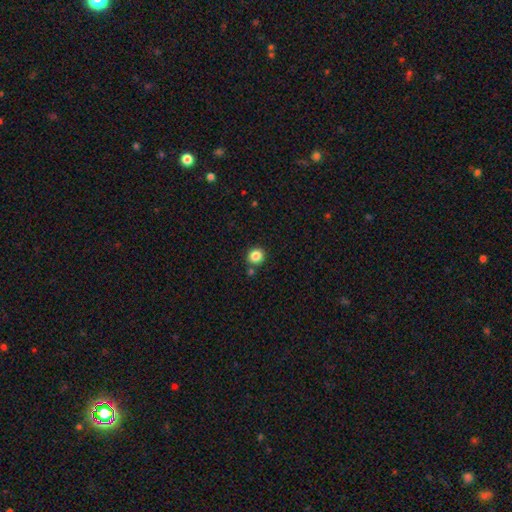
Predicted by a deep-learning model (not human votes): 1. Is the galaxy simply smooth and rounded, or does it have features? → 85% smooth, 11% star or artifact, 4% featured or disk.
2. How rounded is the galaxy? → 91% round, 8% in between, 1% cigar-shaped.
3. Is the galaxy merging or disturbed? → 83% none, 7% minor disturbance, 7% merger, 2% major disturbance.